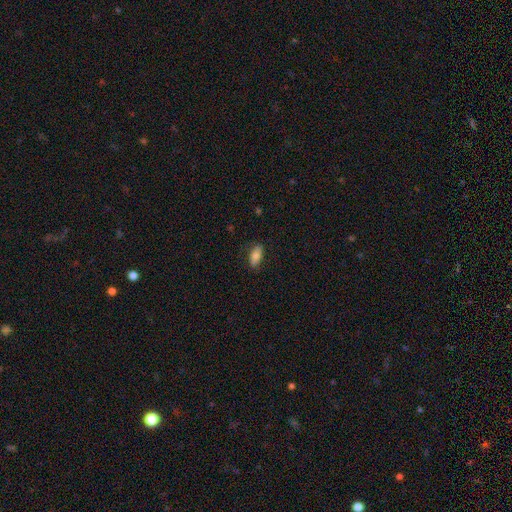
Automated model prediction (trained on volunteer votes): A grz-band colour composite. It shows a smooth galaxy with no disk features (79%) that is in between round and cigar-shaped (86%). Merging: none (82%).